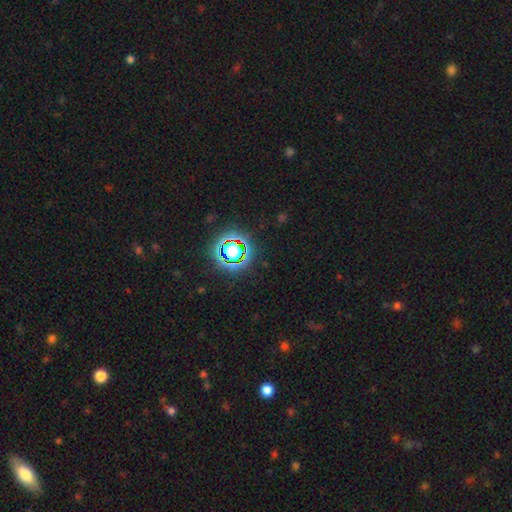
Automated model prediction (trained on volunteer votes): The model was most divided on "smooth or featured": star or artifact: 82%, smooth: 12%, featured or disk: 7%.